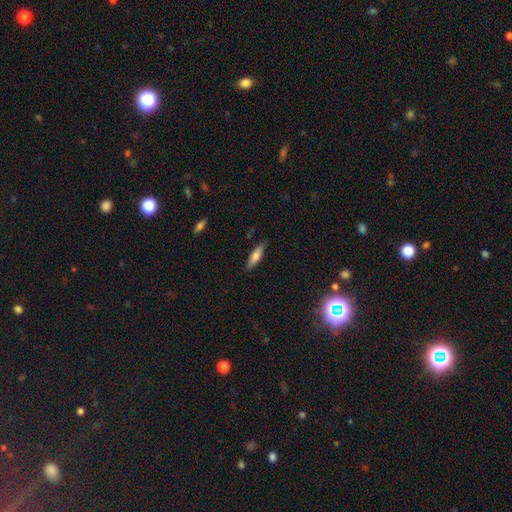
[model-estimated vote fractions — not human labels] Smooth or featured? Predicted: smooth (p=0.74). How rounded? Predicted: cigar-shaped (p=0.62). Merging? Predicted: none (p=0.85).